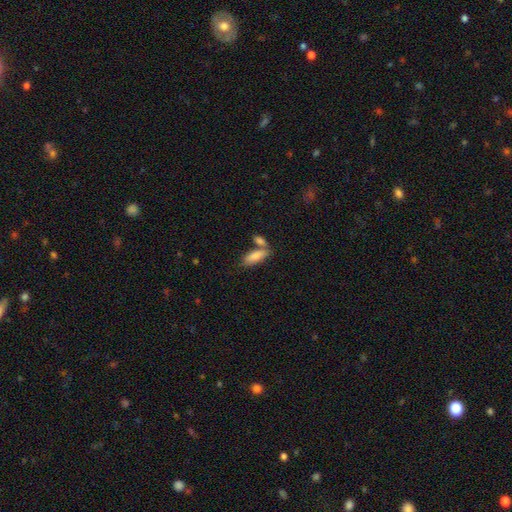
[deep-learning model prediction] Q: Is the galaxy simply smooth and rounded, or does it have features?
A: smooth — 85%.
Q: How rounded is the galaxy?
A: in between — 72%.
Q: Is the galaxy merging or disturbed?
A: none — 48%.